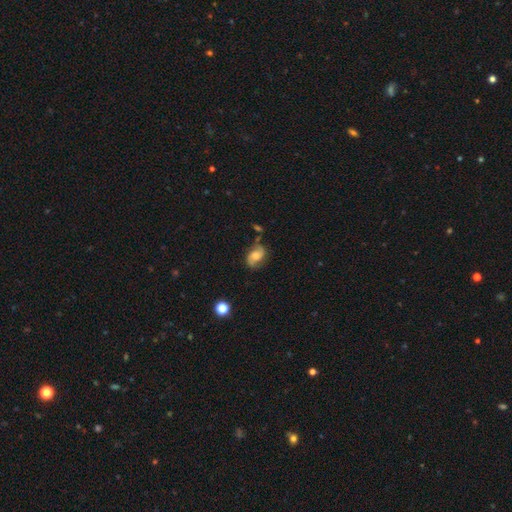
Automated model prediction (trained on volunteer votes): Smooth or featured? Predicted: featured or disk (p=0.52). Edge-on disk? Predicted: no (p=0.97). Bar? Predicted: no (p=0.60). Spiral arms? Predicted: yes (p=0.88). Bulge size? Predicted: moderate (p=0.45). Merging? Predicted: none (p=0.65).